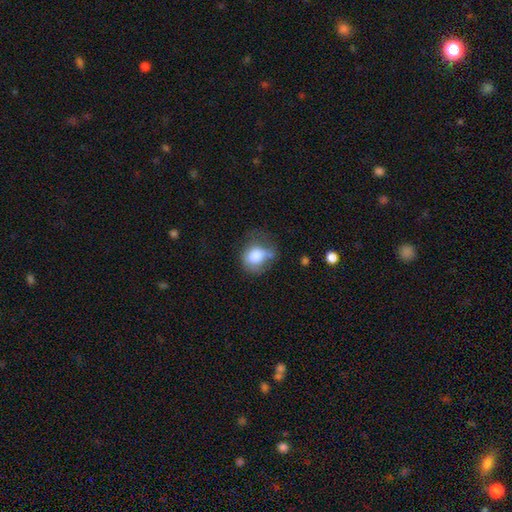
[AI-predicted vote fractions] Q: Smooth or featured?
A: smooth (76%); runner-up: featured or disk (15%)
Q: How rounded?
A: round (56%); runner-up: in between (43%)
Q: Merging?
A: none (33%); tied with: minor disturbance (33%)